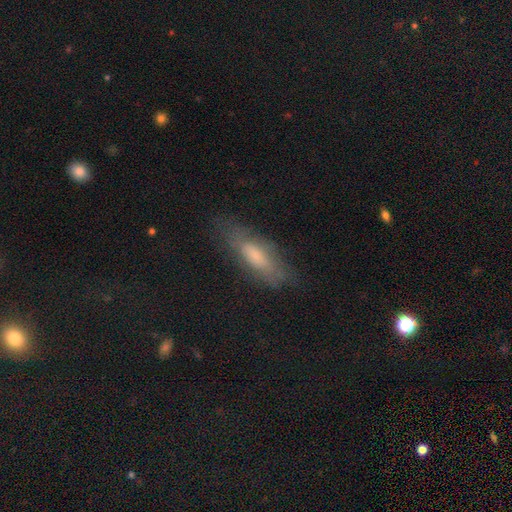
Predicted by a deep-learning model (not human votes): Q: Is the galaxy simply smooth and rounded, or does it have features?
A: smooth — 58%.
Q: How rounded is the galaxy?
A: in between — 53%.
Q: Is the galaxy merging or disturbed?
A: none — 70%.